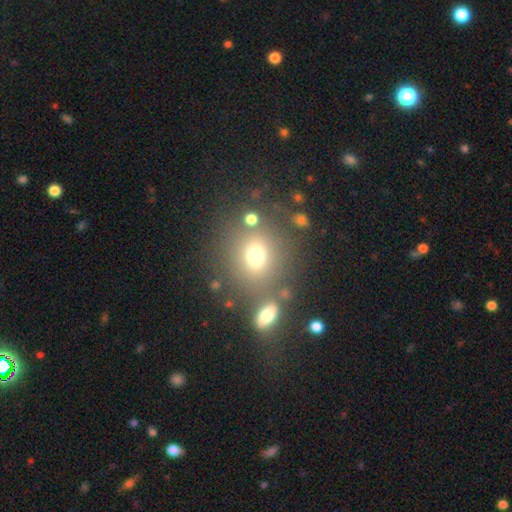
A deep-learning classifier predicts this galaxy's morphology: smooth_or_featured: smooth (p=0.70) [alt: star or artifact p=0.16]
how_rounded: round (p=0.71) [alt: in between p=0.27]
merging: none (p=0.66) [alt: merger p=0.16]